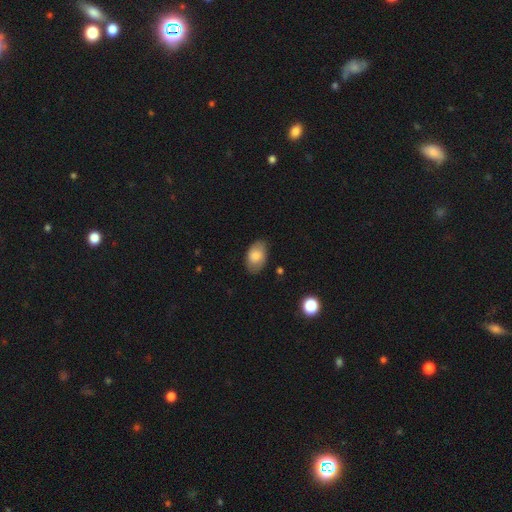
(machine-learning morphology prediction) smooth_or_featured: smooth (p=0.79) [alt: featured or disk p=0.15]
how_rounded: in between (p=0.91) [alt: round p=0.08]
merging: none (p=0.78) [alt: minor disturbance p=0.17]